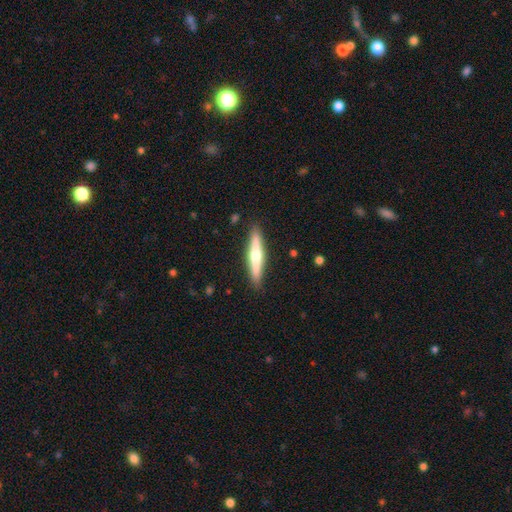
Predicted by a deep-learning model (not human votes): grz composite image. It shows a featured or disk galaxy (60%) viewed edge-on (97%) with a rounded central bulge (87%). Merging: none (90%).